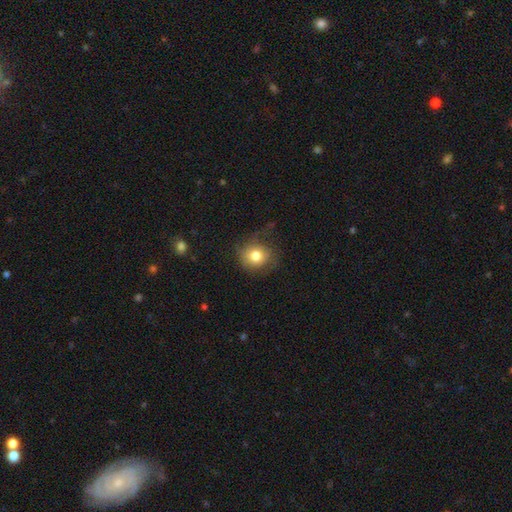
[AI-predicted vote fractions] smooth-or-featured: smooth: 78% | featured or disk: 12% | star or artifact: 10%
  how-rounded: round: 82% | in between: 17% | cigar-shaped: 1%
  merging: none: 69% | minor disturbance: 20% | major disturbance: 10% | merger: 1%